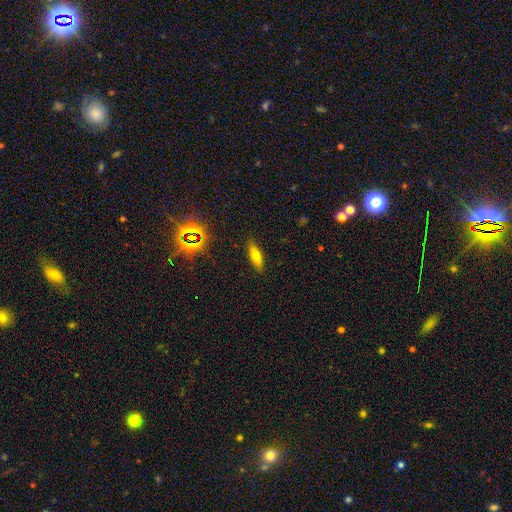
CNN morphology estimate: Smooth or featured?
  - smooth: 60% *
  - featured or disk: 27%
  - star or artifact: 13%
How rounded?
  - cigar-shaped: 52% *
  - in between: 44%
  - round: 3%
Merging?
  - none: 88% *
  - minor disturbance: 9%
  - major disturbance: 2%
  - merger: 1%